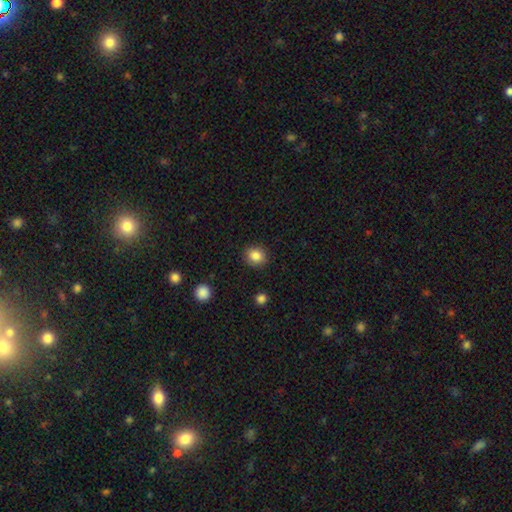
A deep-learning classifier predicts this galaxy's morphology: Smooth or featured? smooth (85%)
How rounded? round (75%)
Merging? none (90%)